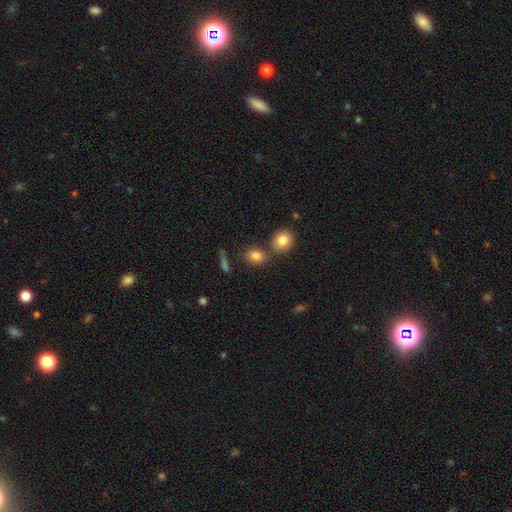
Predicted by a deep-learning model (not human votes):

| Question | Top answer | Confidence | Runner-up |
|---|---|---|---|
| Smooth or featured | smooth | 84% | star or artifact (10%) |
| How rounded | in between | 66% | round (32%) |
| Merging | none | 61% | merger (23%) |